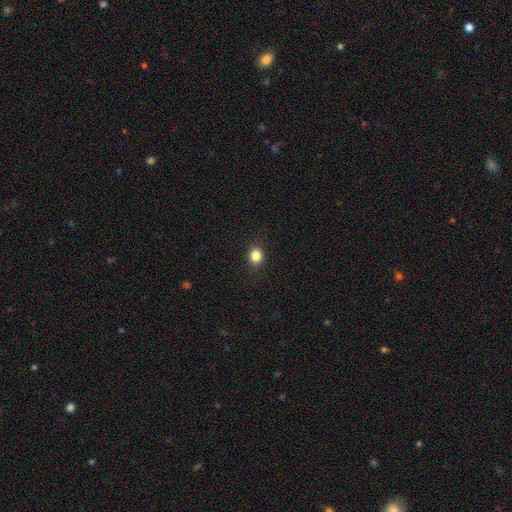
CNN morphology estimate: smooth-or-featured: smooth: 84% | star or artifact: 11% | featured or disk: 5%
  how-rounded: round: 66% | in between: 33% | cigar-shaped: 1%
  merging: none: 89% | minor disturbance: 8% | major disturbance: 2% | merger: 1%